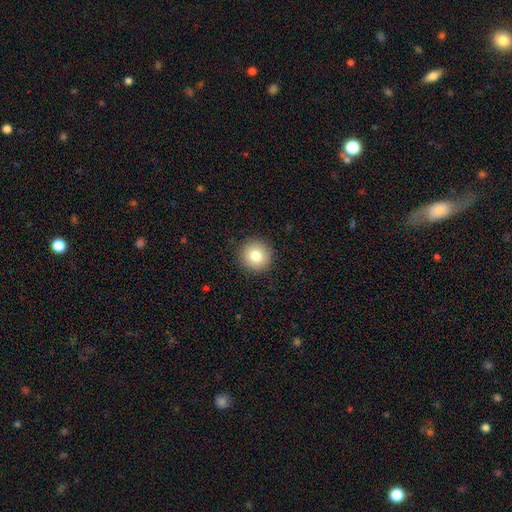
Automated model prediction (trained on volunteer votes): The model was most divided on "smooth or featured": smooth: 80%, star or artifact: 10%, featured or disk: 10%. More confident: how rounded — round (95%); merging — none (92%).